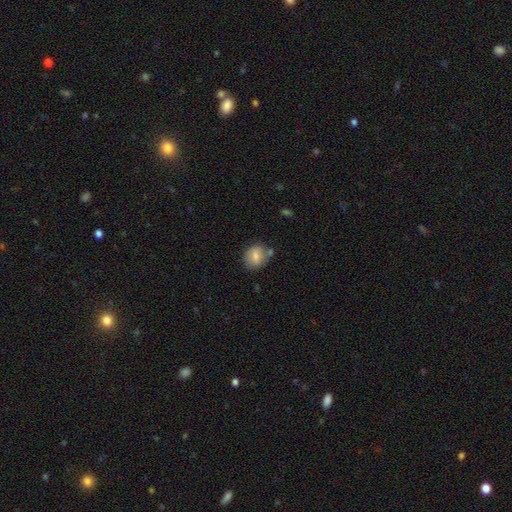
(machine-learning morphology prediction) Smooth or featured? smooth (79%)
How rounded? round (63%)
Merging? none (71%)